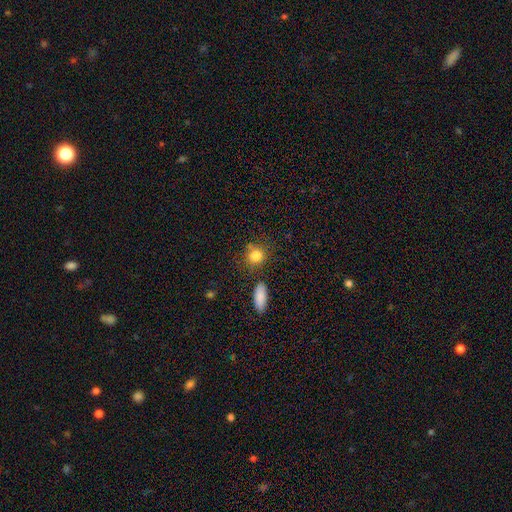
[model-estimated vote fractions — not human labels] smooth 84%, star or artifact 10%, featured or disk 6%. Down the decision tree: how rounded — round (71%); merging — none (74%).